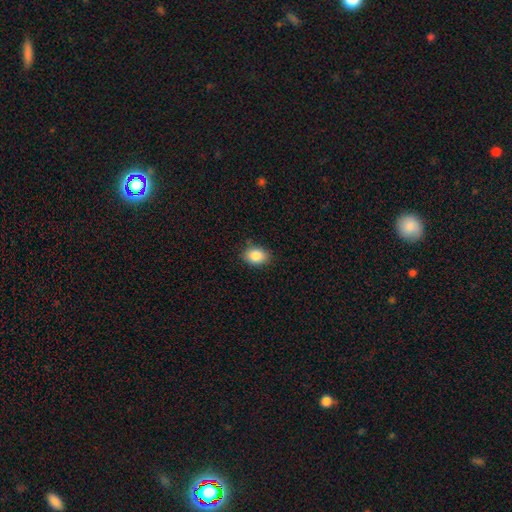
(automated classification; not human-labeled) A smooth galaxy with no disk features (87%) that is in between round and cigar-shaped (70%).

Vote fractions:
- Smooth or featured? smooth: 87% / star or artifact: 8% / featured or disk: 5%
- How rounded? in between: 70% / round: 29% / cigar-shaped: 1%
- Merging? none: 83% / minor disturbance: 13% / major disturbance: 3% / merger: 1%